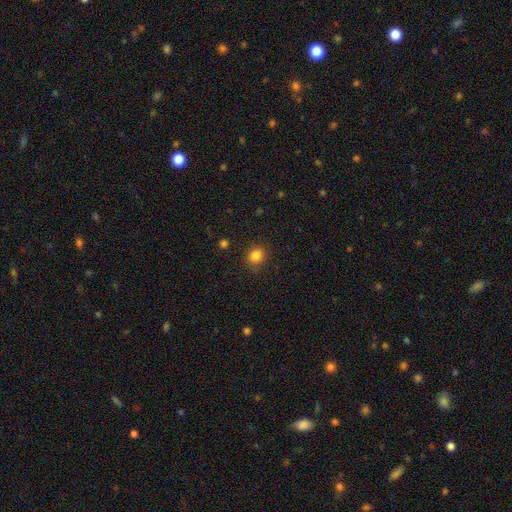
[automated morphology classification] Smooth or featured: smooth — 84% (star or artifact — 12%)
How rounded: round — 83% (in between — 16%)
Merging: none — 87% (minor disturbance — 9%)